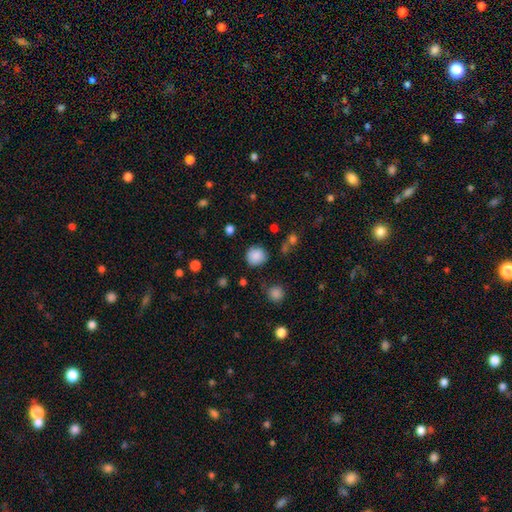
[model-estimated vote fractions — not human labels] smooth_or_featured: smooth (p=0.85) [alt: star or artifact p=0.10]
how_rounded: round (p=0.88) [alt: in between p=0.11]
merging: none (p=0.80) [alt: minor disturbance p=0.14]